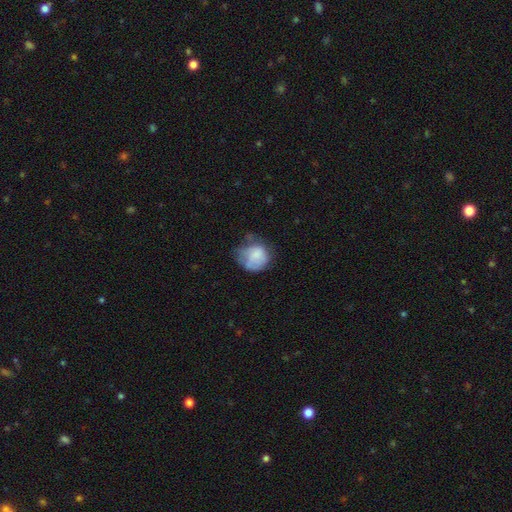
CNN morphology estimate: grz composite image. It shows a smooth galaxy with no disk features (70%) that is round (74%). Merging: none (36%, tied with minor disturbance).